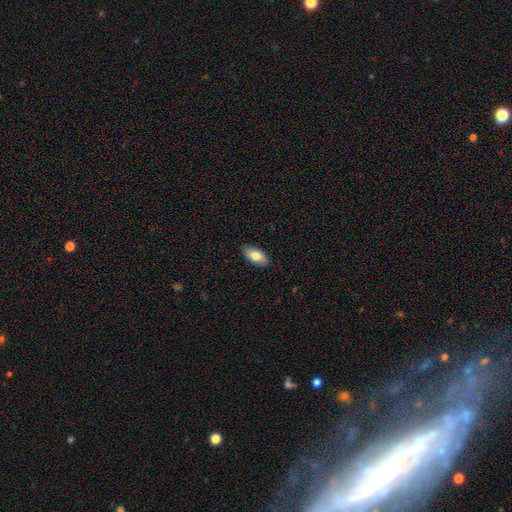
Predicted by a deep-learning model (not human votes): Q: Smooth or featured?
A: smooth (78%); runner-up: featured or disk (15%)
Q: How rounded?
A: in between (92%); runner-up: cigar-shaped (5%)
Q: Merging?
A: none (88%); runner-up: minor disturbance (10%)